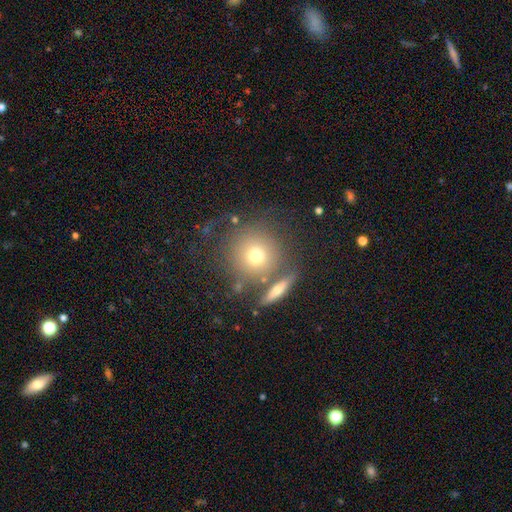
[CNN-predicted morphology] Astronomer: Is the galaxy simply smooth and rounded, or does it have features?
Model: smooth — 68%.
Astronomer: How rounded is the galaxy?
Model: round — 91%.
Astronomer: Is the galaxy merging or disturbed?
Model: none — 67%.